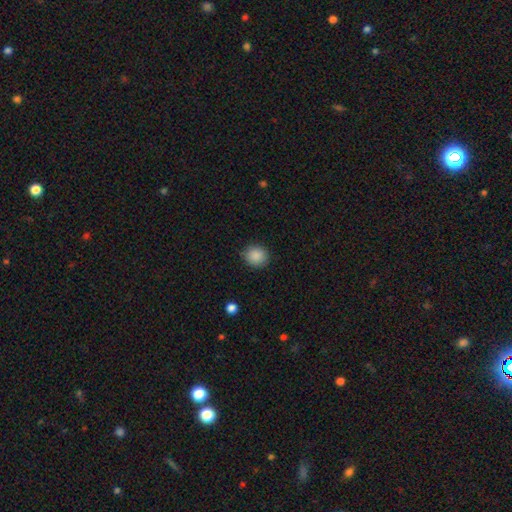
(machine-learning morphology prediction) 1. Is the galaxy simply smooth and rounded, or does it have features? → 88% smooth, 9% star or artifact, 3% featured or disk.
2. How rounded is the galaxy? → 86% round, 13% in between, 1% cigar-shaped.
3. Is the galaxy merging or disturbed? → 88% none, 8% minor disturbance, 2% major disturbance, 1% merger.